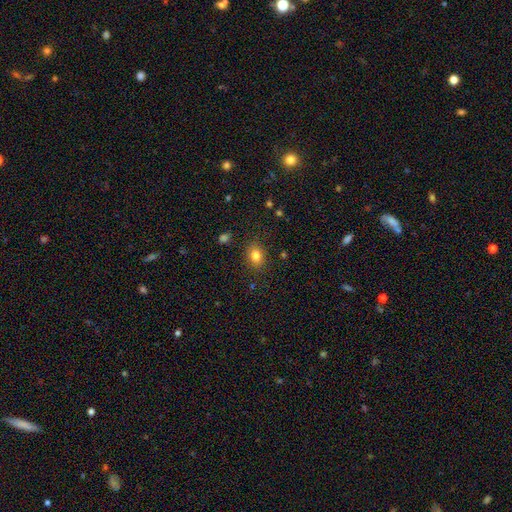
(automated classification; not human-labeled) This appears to be a smooth galaxy with no disk features (82%) that is in between round and cigar-shaped (54%). Merging: none (86%).